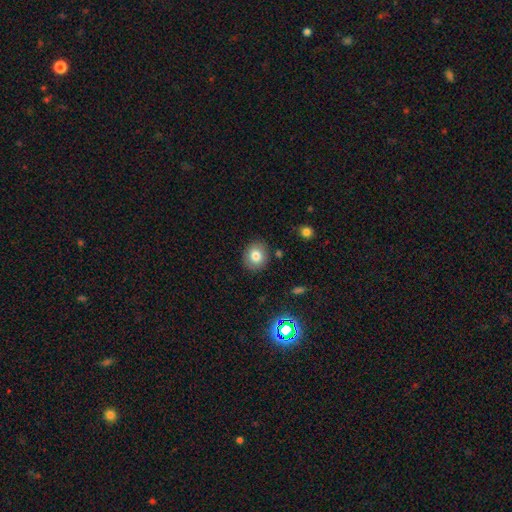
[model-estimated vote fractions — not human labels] A smooth galaxy with no disk features (79%) that is round (73%).

Vote fractions:
- Smooth or featured? smooth: 79% / star or artifact: 11% / featured or disk: 10%
- How rounded? round: 73% / in between: 26% / cigar-shaped: 1%
- Merging? none: 87% / minor disturbance: 9% / major disturbance: 2% / merger: 2%